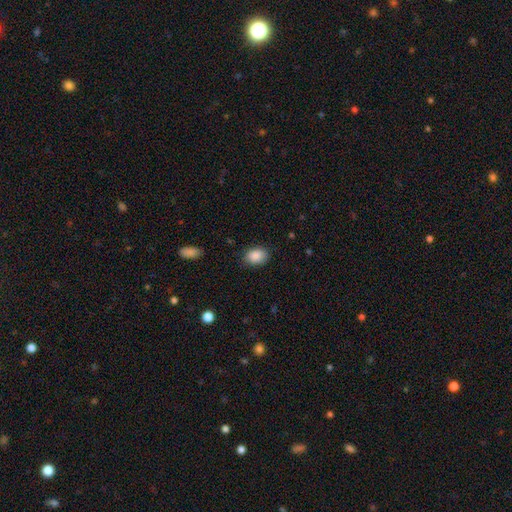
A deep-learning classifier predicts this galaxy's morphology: smooth-or-featured: smooth: 89% | star or artifact: 8% | featured or disk: 4%
  how-rounded: in between: 78% | round: 21% | cigar-shaped: 1%
  merging: none: 84% | minor disturbance: 12% | major disturbance: 3% | merger: 1%